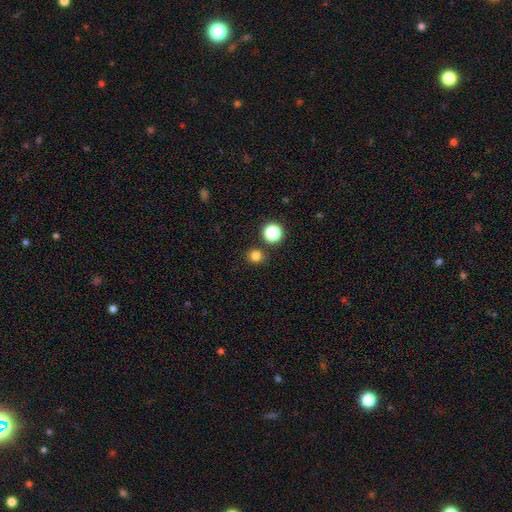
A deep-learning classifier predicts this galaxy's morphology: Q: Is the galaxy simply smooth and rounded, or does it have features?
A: smooth — 79%.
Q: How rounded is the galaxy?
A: round — 90%.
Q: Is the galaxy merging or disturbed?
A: none — 86%.